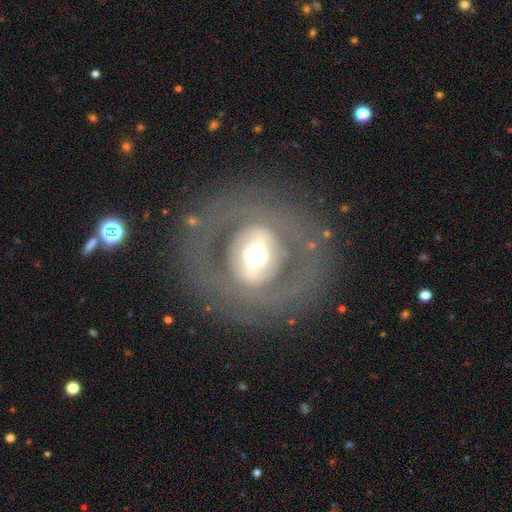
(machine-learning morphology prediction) smooth_or_featured: featured or disk (p=0.59) [alt: smooth p=0.29]
disk_edge_on: no (p=0.91) [alt: yes p=0.09]
bar: no (p=0.45) [alt: strong p=0.30]
has_spiral_arms: no (p=0.67) [alt: yes p=0.33]
bulge_size: moderate (p=0.40) [alt: large p=0.36]
merging: none (p=0.73) [alt: major disturbance p=0.14]